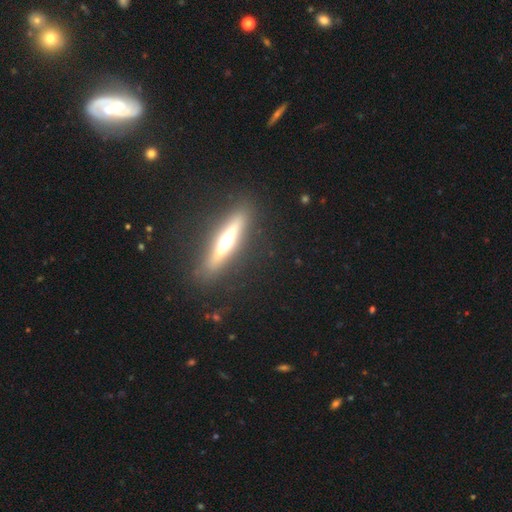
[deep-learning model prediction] This is likely a featured or disk galaxy (69%). It is clearly viewed edge-on (94%). Edge-on bulge: clearly rounded (86%). Merging: clearly none (86%).